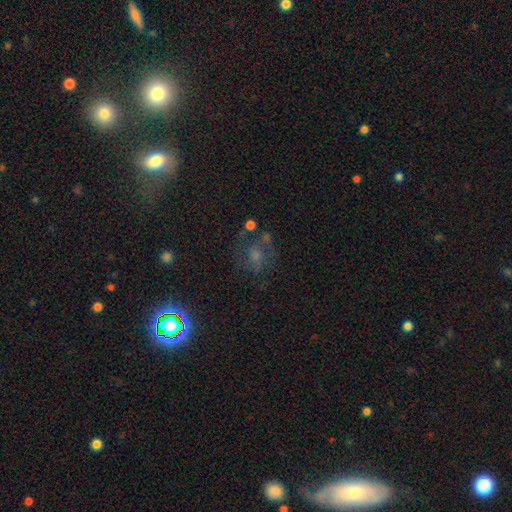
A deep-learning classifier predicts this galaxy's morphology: Q: Smooth or featured?
A: featured or disk (40%); runner-up: smooth (35%)
Q: Merging?
A: none (52%); runner-up: minor disturbance (20%)